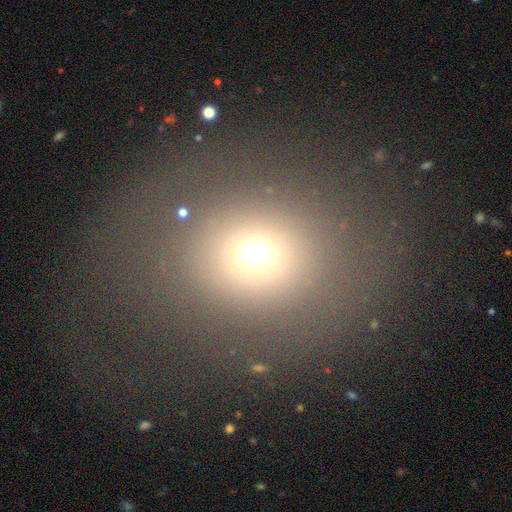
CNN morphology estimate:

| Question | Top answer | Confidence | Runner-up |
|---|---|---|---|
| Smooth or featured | smooth | 66% | star or artifact (22%) |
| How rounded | round | 72% | in between (27%) |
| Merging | none | 76% | major disturbance (11%) |